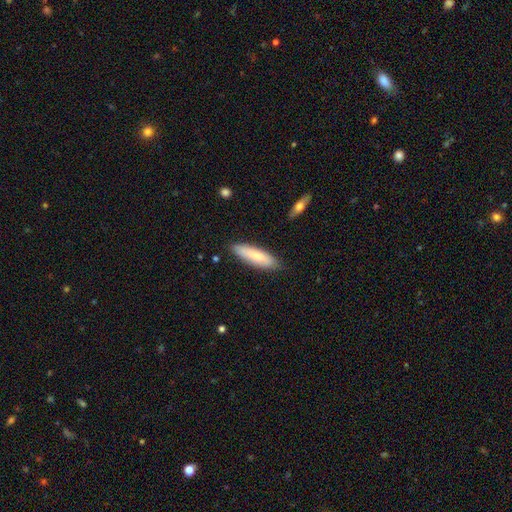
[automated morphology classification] Smooth or featured? Predicted: smooth (p=0.80). How rounded? Predicted: cigar-shaped (p=0.58). Merging? Predicted: none (p=0.83).